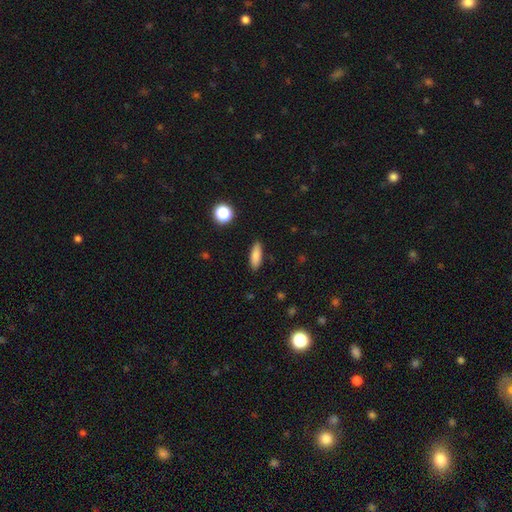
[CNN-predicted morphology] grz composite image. It shows a smooth galaxy with no disk features (84%) that is in between round and cigar-shaped (59%). Merging: none (88%).